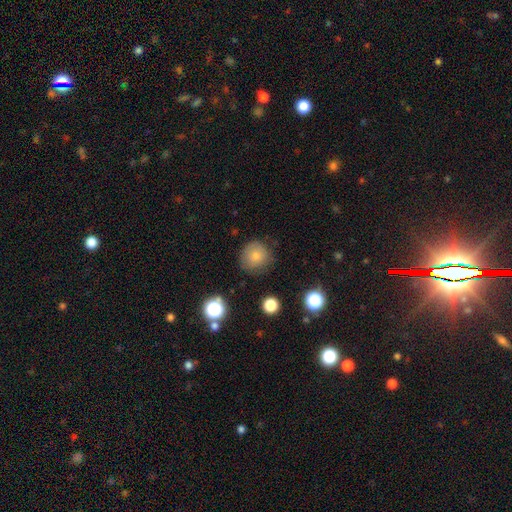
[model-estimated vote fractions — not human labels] smooth-or-featured: smooth: 77% | star or artifact: 12% | featured or disk: 11%
  how-rounded: round: 90% | in between: 9% | cigar-shaped: 1%
  merging: none: 76% | minor disturbance: 17% | major disturbance: 5% | merger: 2%